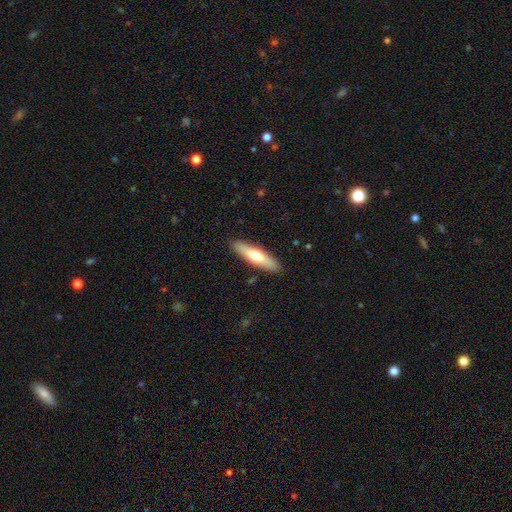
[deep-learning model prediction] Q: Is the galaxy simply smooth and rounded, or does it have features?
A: smooth — 55%.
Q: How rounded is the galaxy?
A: cigar-shaped — 72%.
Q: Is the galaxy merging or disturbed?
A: none — 90%.